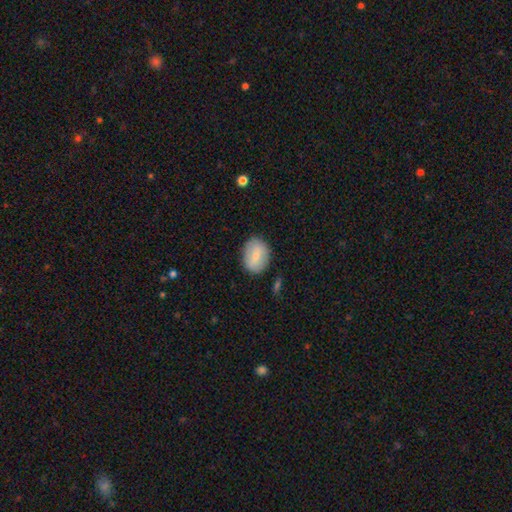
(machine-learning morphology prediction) This appears to be a smooth galaxy with no disk features (73%) that is in between round and cigar-shaped (66%). Merging: none (82%).